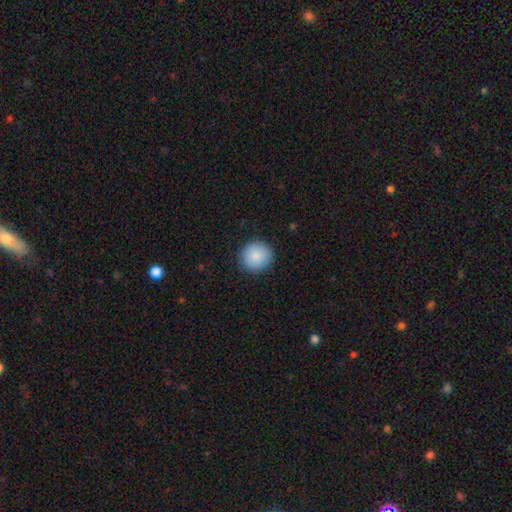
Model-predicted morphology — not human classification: A smooth galaxy with no disk features (87%) that is round (92%).

Vote fractions:
- Smooth or featured? smooth: 87% / star or artifact: 7% / featured or disk: 5%
- How rounded? round: 92% / in between: 7% / cigar-shaped: 1%
- Merging? none: 89% / minor disturbance: 8% / major disturbance: 2% / merger: 1%